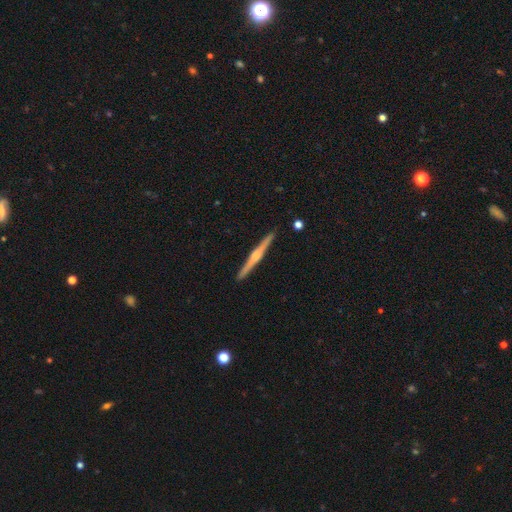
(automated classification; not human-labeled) smooth_or_featured: featured or disk (p=0.76) [alt: smooth p=0.19]
disk_edge_on: yes (p=0.99) [alt: no p=0.01]
edge_on_bulge: rounded (p=0.72) [alt: boxy p=0.14]
merging: none (p=0.92) [alt: minor disturbance p=0.05]